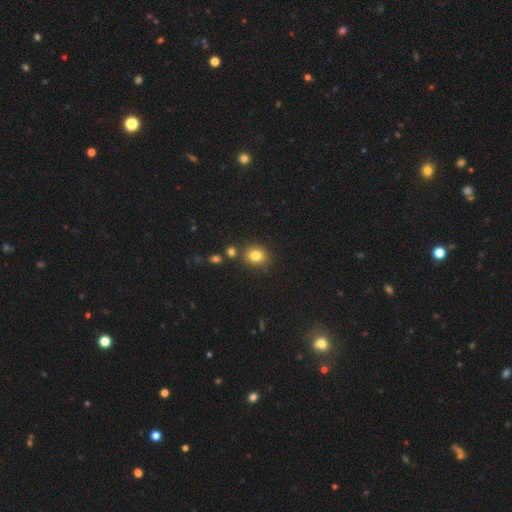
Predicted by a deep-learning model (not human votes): Smooth or featured? Predicted: smooth (p=0.82). How rounded? Predicted: round (p=0.65). Merging? Predicted: none (p=0.78).